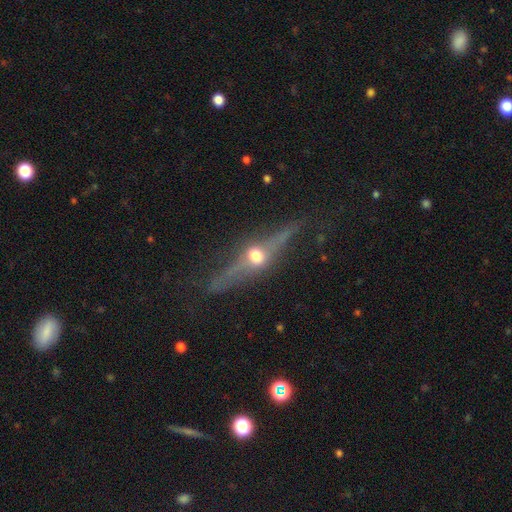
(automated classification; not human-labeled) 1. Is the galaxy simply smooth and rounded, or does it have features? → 78% featured or disk, 13% smooth, 9% star or artifact.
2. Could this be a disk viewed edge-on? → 92% yes, 8% no.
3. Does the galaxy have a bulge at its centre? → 96% rounded, 3% boxy, 2% none.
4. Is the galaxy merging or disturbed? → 80% none, 12% minor disturbance, 5% major disturbance, 2% merger.